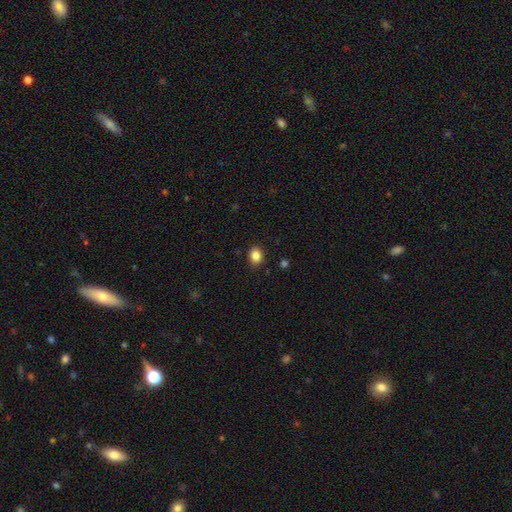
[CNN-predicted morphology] smooth-or-featured: smooth: 85% | star or artifact: 10% | featured or disk: 4%
  how-rounded: round: 57% | in between: 42% | cigar-shaped: 1%
  merging: none: 87% | minor disturbance: 10% | major disturbance: 2% | merger: 1%